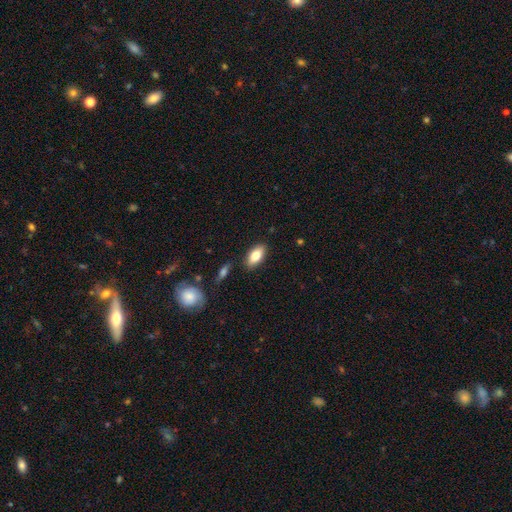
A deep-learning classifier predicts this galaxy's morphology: Smooth or featured? Predicted: smooth (p=0.80). How rounded? Predicted: in between (p=0.90). Merging? Predicted: none (p=0.86).